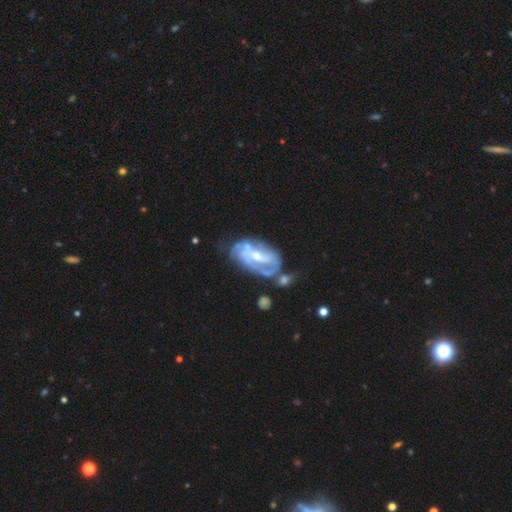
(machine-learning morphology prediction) Smooth or featured? featured or disk (80%)
Edge-on disk? no (96%)
Bar? weak (43%)
Spiral arms? yes (84%)
Spiral winding? tight (49%)
Spiral arm count? 2 (42%)
Bulge size? small (49%)
Merging? none (37%)